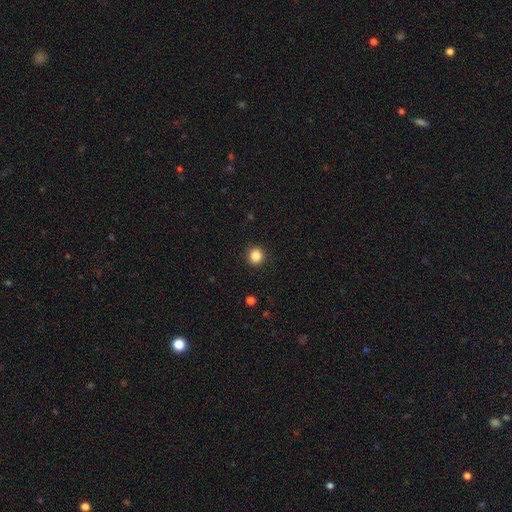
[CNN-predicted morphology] This appears to be a smooth galaxy with no disk features (86%) that is round (93%). Merging: none (92%).